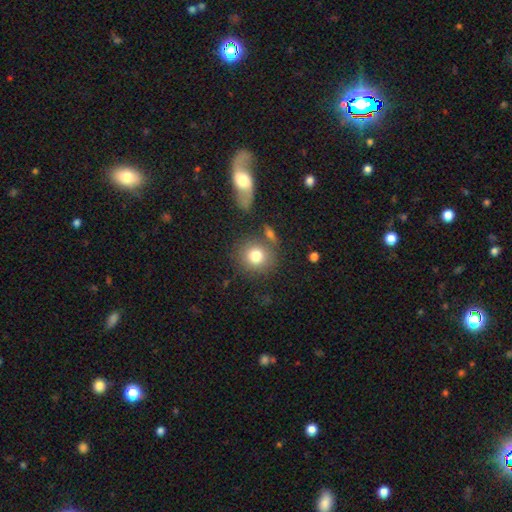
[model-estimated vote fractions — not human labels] Smooth or featured?
  - smooth: 79% *
  - featured or disk: 11%
  - star or artifact: 10%
How rounded?
  - round: 88% *
  - in between: 11%
  - cigar-shaped: 1%
Merging?
  - none: 75% *
  - minor disturbance: 11%
  - merger: 10%
  - major disturbance: 5%